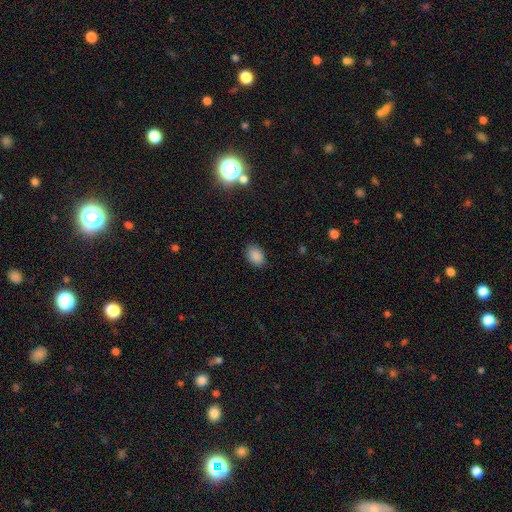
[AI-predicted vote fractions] Smooth or featured: smooth — 88% (star or artifact — 9%)
How rounded: in between — 85% (round — 14%)
Merging: none — 85% (minor disturbance — 11%)